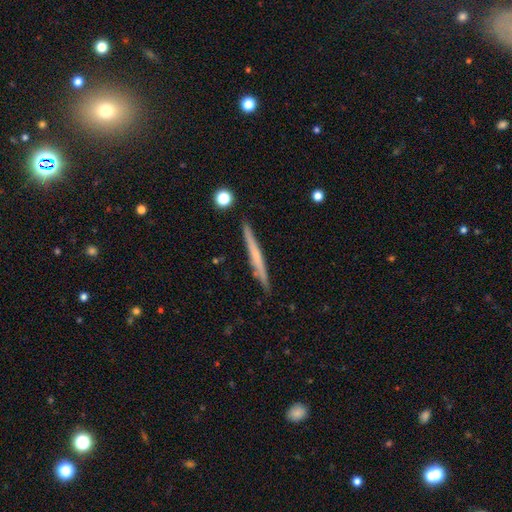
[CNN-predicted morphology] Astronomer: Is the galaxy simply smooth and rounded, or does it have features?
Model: featured or disk — 54% (runner-up: smooth, 40%).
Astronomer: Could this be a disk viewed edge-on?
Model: yes — 96%.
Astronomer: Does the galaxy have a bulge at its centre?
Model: none — 73%.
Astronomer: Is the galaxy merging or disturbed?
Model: none — 89%.